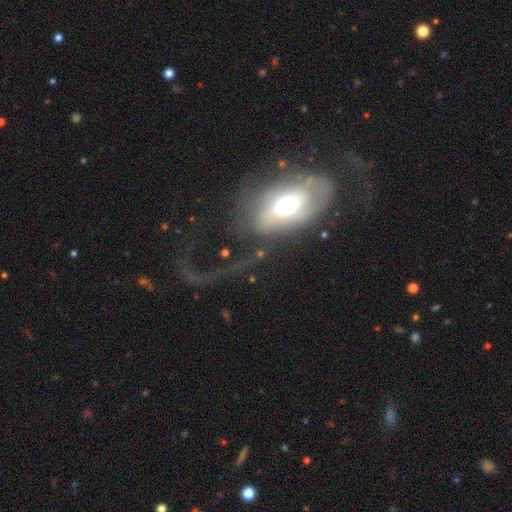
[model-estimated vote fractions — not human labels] The model was most divided on "bar": no: 51%, weak: 29%, strong: 20%. More confident: edge-on disk — no (92%); smooth or featured — featured or disk (75%); spiral arms — yes (70%); bulge size — moderate (59%); merging — none (53%).